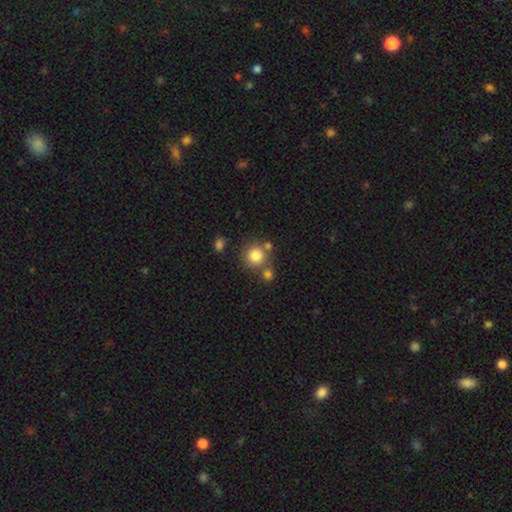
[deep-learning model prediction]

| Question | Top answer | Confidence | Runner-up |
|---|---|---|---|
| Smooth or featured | smooth | 81% | star or artifact (11%) |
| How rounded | round | 91% | in between (8%) |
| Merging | none | 64% | merger (22%) |